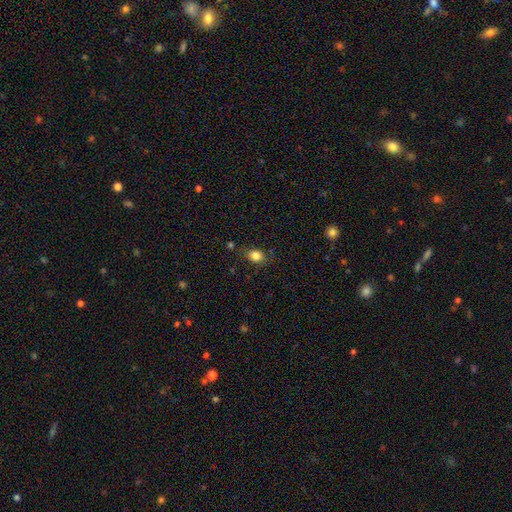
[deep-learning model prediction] Smooth or featured? Predicted: smooth (p=0.83). How rounded? Predicted: in between (p=0.63). Merging? Predicted: none (p=0.78).